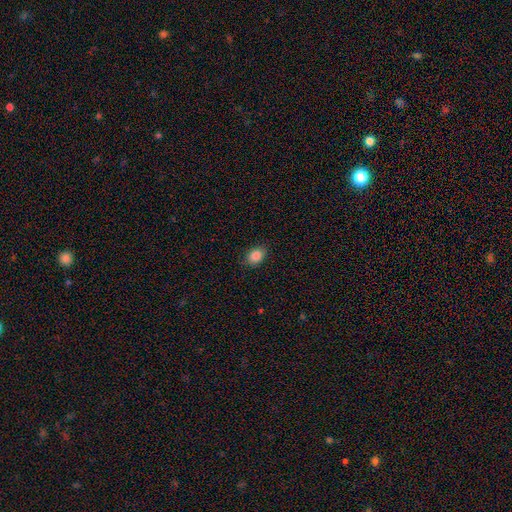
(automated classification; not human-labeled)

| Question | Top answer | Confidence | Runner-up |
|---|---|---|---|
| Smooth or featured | smooth | 86% | star or artifact (9%) |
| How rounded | in between | 70% | round (28%) |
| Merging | none | 86% | minor disturbance (11%) |